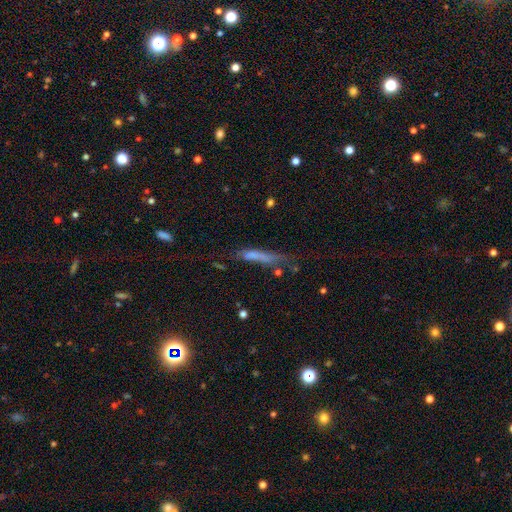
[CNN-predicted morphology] smooth 61%, featured or disk 28%, star or artifact 11%. Down the decision tree: how rounded — cigar-shaped (87%); merging — none (43%).